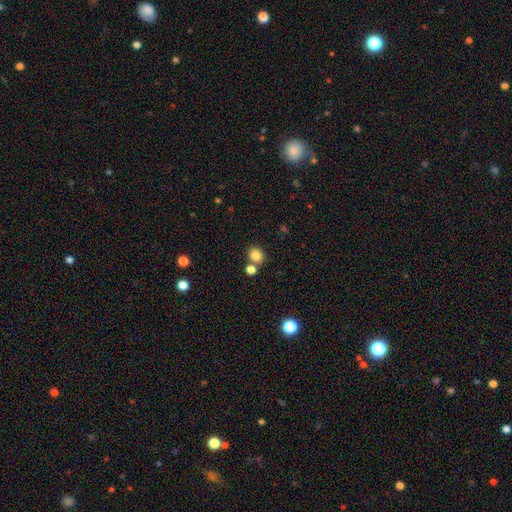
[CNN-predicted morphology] smooth 83%, star or artifact 11%, featured or disk 5%. Down the decision tree: how rounded — round (68%); merging — none (67%).